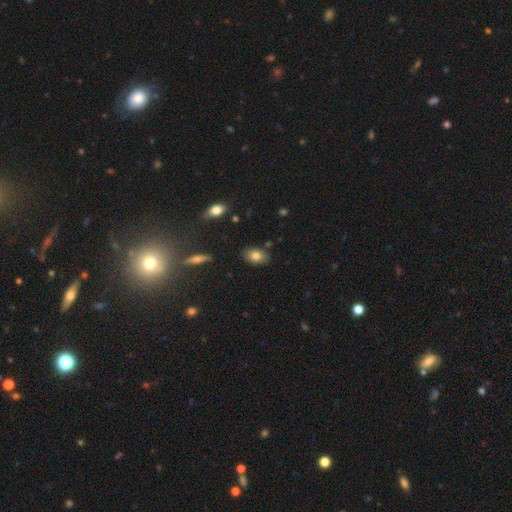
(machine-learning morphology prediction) This appears to be a smooth galaxy with no disk features (80%) that is in between round and cigar-shaped (88%). Merging: none (84%).